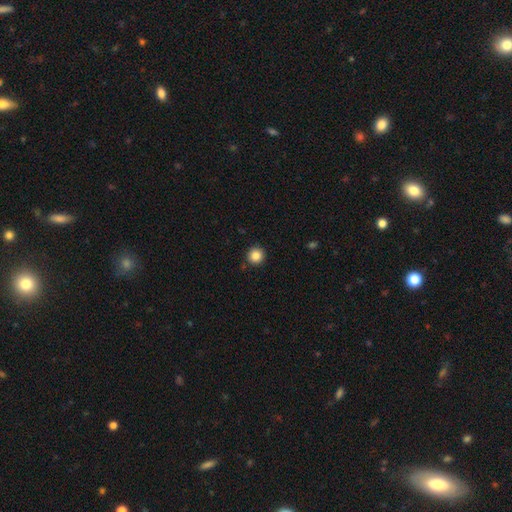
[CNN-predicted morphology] Smooth or featured: smooth — 85% (star or artifact — 10%)
How rounded: round — 95% (in between — 4%)
Merging: none — 91% (minor disturbance — 6%)